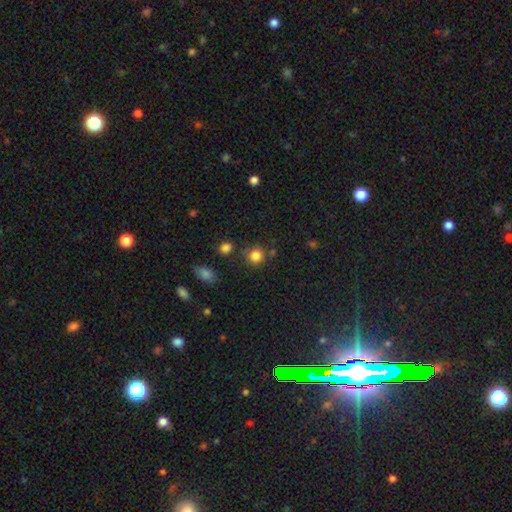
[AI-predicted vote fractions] Smooth or featured? smooth (83%)
How rounded? round (89%)
Merging? none (77%)